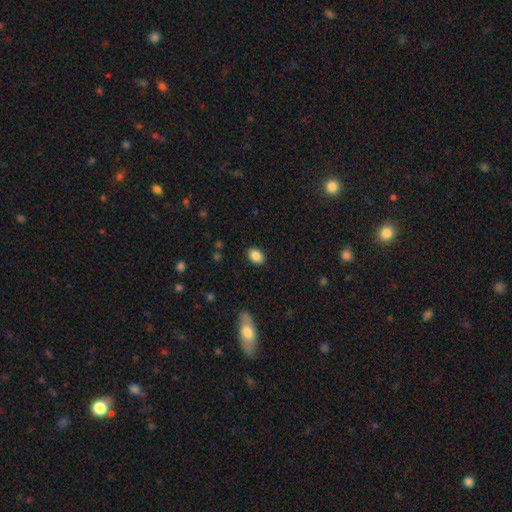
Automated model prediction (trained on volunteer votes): A smooth galaxy with no disk features (87%) that is in between round and cigar-shaped (73%).

Vote fractions:
- Smooth or featured? smooth: 87% / star or artifact: 8% / featured or disk: 4%
- How rounded? in between: 73% / round: 26% / cigar-shaped: 1%
- Merging? none: 88% / minor disturbance: 9% / major disturbance: 2% / merger: 1%